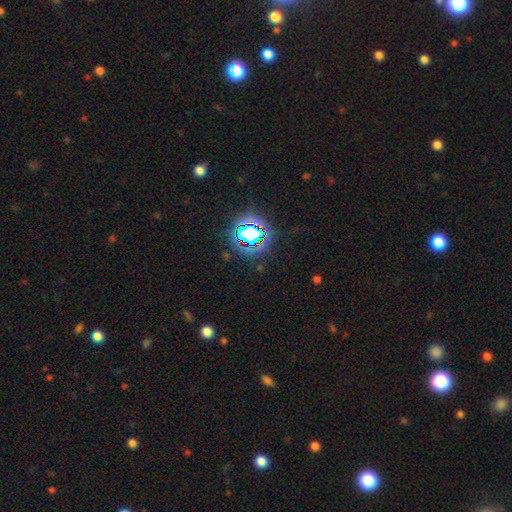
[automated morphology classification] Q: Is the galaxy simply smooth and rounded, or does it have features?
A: star or artifact — 79%.